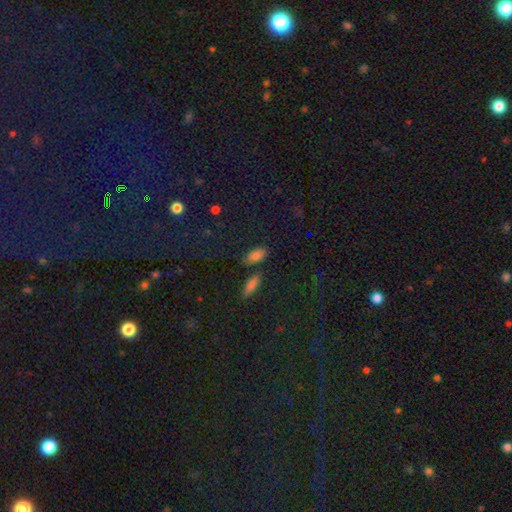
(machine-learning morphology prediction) Overall: smooth (80%). How rounded: in between (86%). Merging: none (73%).